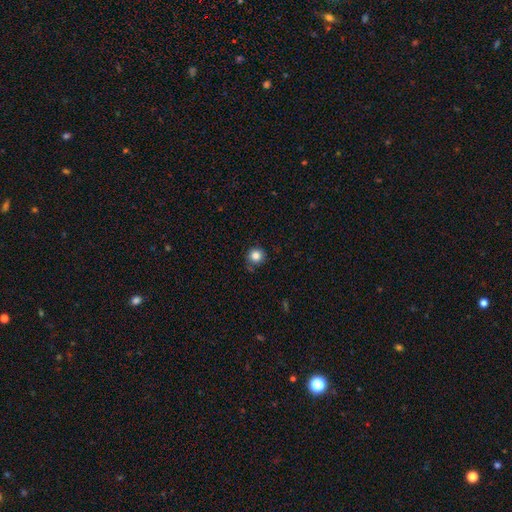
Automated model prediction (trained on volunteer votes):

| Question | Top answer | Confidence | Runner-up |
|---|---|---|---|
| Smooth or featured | smooth | 83% | star or artifact (11%) |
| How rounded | round | 93% | in between (6%) |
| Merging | none | 81% | minor disturbance (14%) |